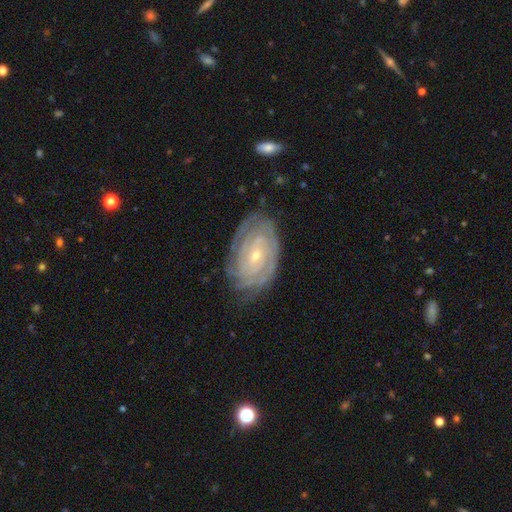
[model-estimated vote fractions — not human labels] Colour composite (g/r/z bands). It shows a featured or disk galaxy (88%) with no bar (56%), tight (83%) spiral arms (97%) and a small central bulge (75%). Merging: none (76%).